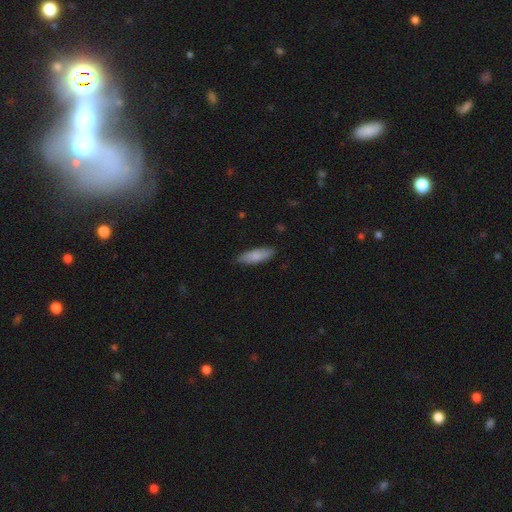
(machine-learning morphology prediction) smooth 82%, featured or disk 12%, star or artifact 5%. Down the decision tree: how rounded — in between (54%); merging — none (84%).